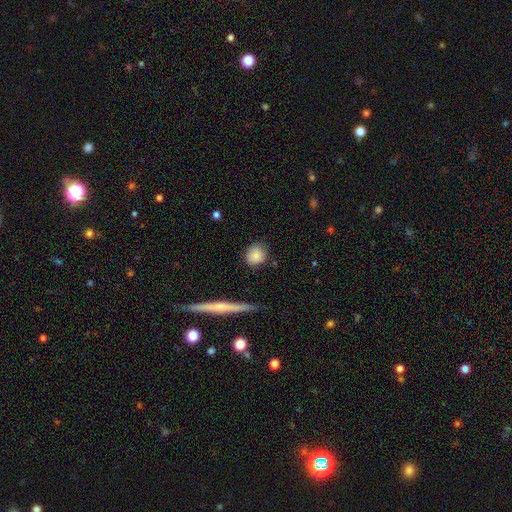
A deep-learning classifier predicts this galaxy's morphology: This is clearly a smooth galaxy (84%). How rounded: likely round (79%). Merging: clearly none (82%).